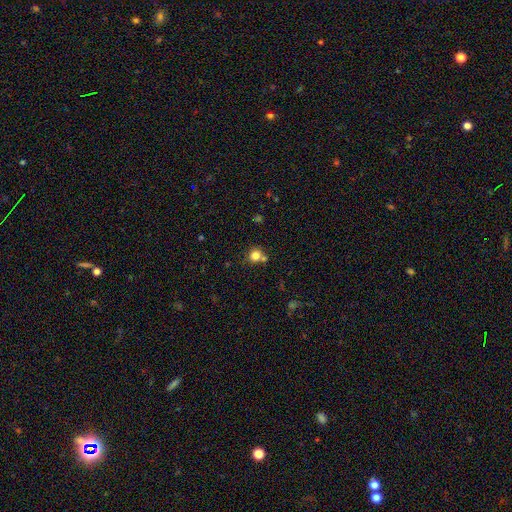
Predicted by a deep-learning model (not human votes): Morphology: type=smooth (81%); roundness=round (88%); merging=none (63%).